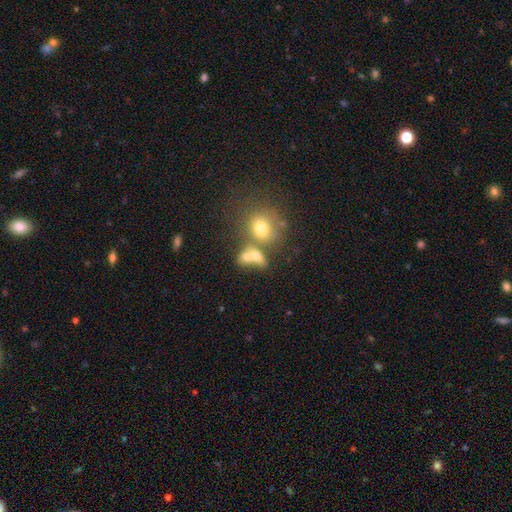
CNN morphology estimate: A smooth galaxy with no disk features (68%) that is in between round and cigar-shaped (59%).

Vote fractions:
- Smooth or featured? smooth: 68% / featured or disk: 19% / star or artifact: 13%
- How rounded? in between: 59% / round: 37% / cigar-shaped: 4%
- Merging? merger: 51% / none: 32% / minor disturbance: 10% / major disturbance: 7%